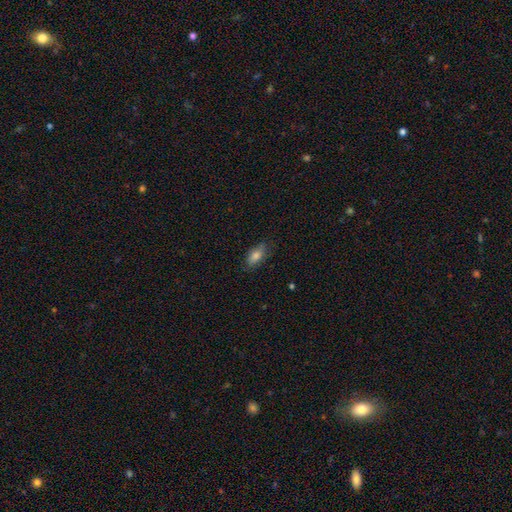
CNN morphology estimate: A smooth galaxy with no disk features (76%) that is in between round and cigar-shaped (85%). Merging: none (78%).